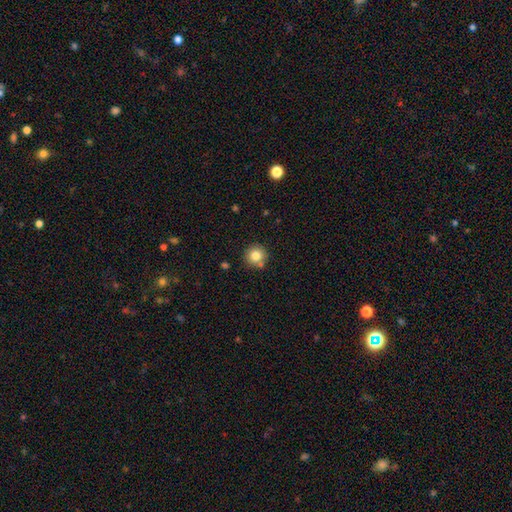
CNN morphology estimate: Q: Smooth or featured?
A: smooth (81%); runner-up: star or artifact (10%)
Q: How rounded?
A: round (94%); runner-up: in between (5%)
Q: Merging?
A: none (78%); runner-up: merger (10%)